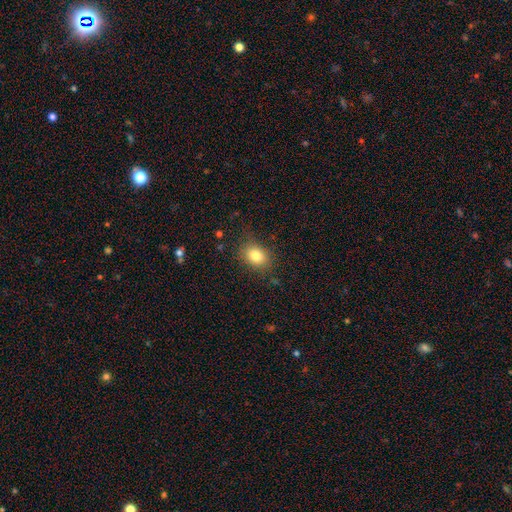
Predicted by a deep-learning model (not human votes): Smooth or featured? smooth (82%)
How rounded? in between (66%)
Merging? none (82%)